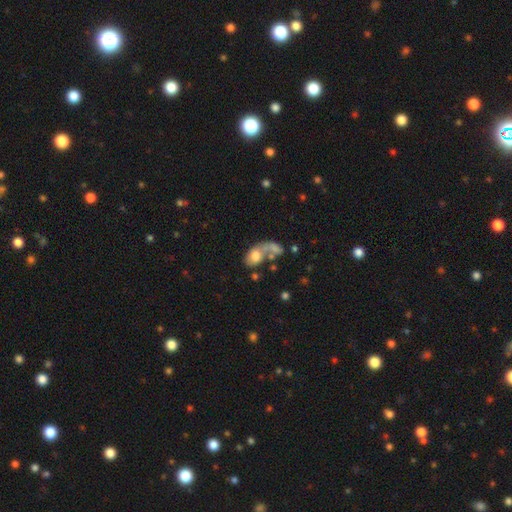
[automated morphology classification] This is likely a smooth galaxy (61%). How rounded: likely in between (79%). Merging: possibly merger (48%).